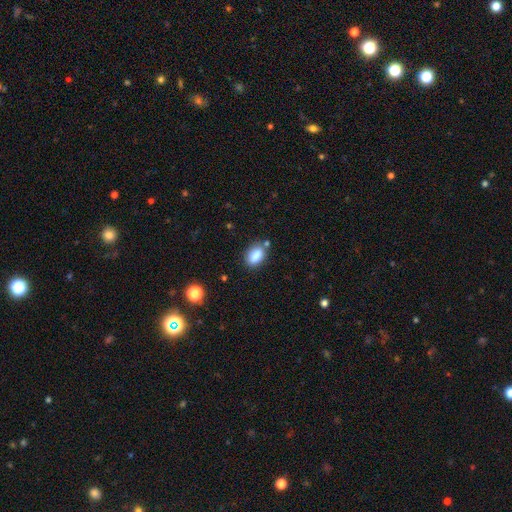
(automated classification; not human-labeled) smooth-or-featured: smooth: 86% | star or artifact: 9% | featured or disk: 5%
  how-rounded: in between: 85% | round: 13% | cigar-shaped: 2%
  merging: none: 73% | minor disturbance: 15% | merger: 9% | major disturbance: 4%